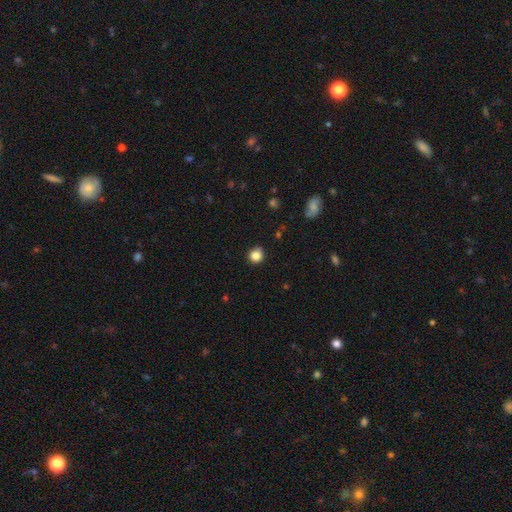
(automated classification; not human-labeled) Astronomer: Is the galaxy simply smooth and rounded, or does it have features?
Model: smooth — 85%.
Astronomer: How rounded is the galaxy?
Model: round — 90%.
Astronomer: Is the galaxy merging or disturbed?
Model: none — 82%.